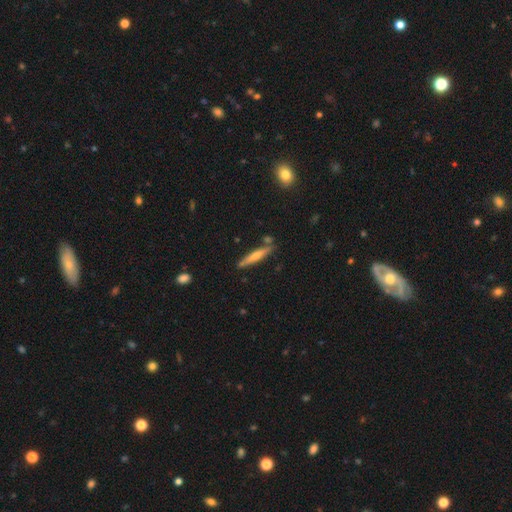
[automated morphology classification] This appears to be a featured or disk galaxy (58%) viewed edge-on (95%) with a rounded central bulge (82%). Merging: none (83%).